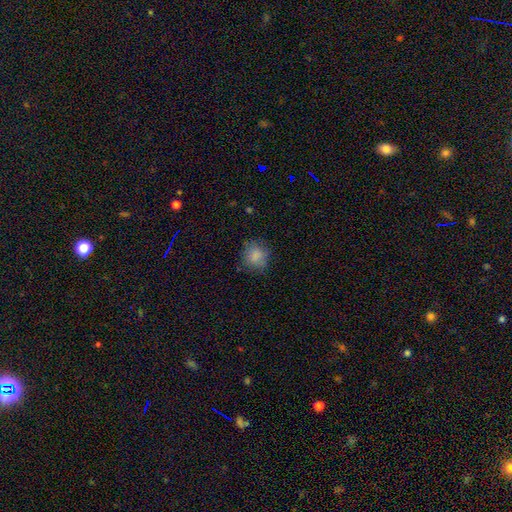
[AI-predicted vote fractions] The model was most divided on "merging": none: 75%, minor disturbance: 18%, major disturbance: 6%, merger: 1%. More confident: smooth or featured — smooth (84%); how rounded — round (79%).